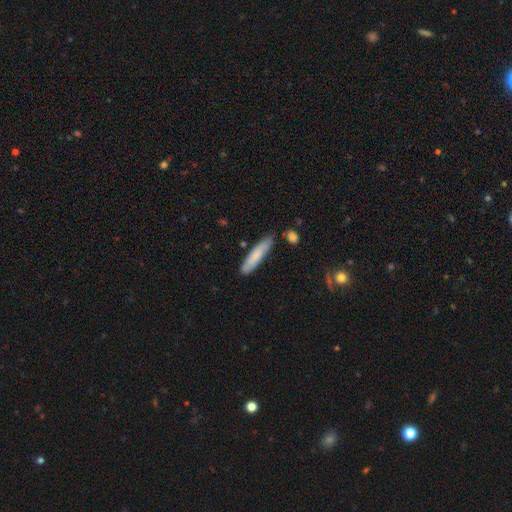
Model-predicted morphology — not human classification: type=smooth (74%); roundness=cigar-shaped (86%); merging=none (77%).